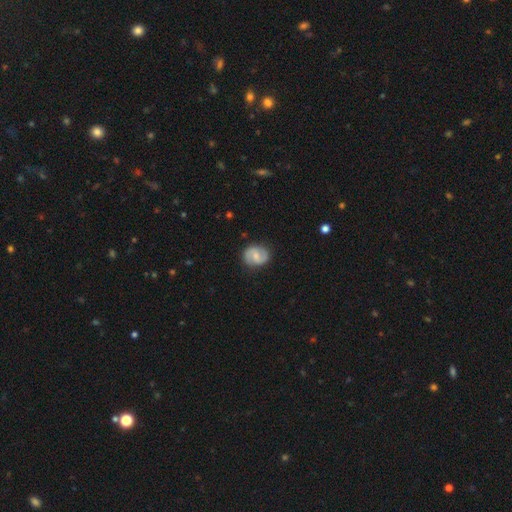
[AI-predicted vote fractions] Overall: featured or disk (70%). Edge-on disk: no (98%). Bar: weak (54%; no 30%). Spiral arms: yes (93%). Spiral arm count: 2 (90%). Spiral winding: medium (49%; loose 26%). Bulge size: small (44%; moderate 39%). Merging: none (84%).